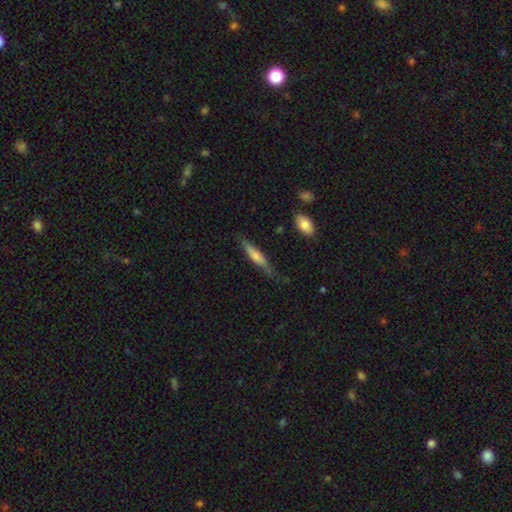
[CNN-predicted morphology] A smooth galaxy with no disk features (48%). Merging: none (72%).